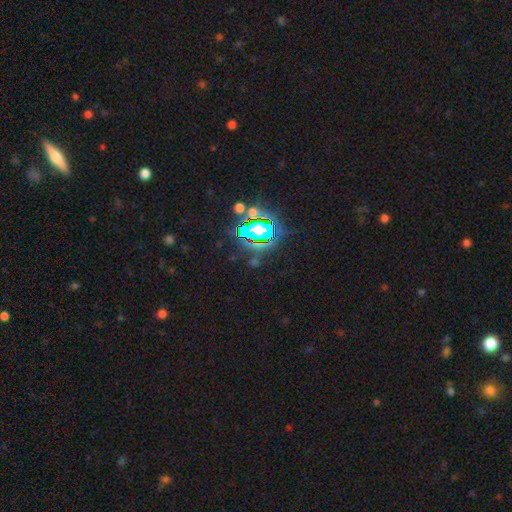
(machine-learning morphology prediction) smooth-or-featured: star or artifact: 76% | smooth: 14% | featured or disk: 9%